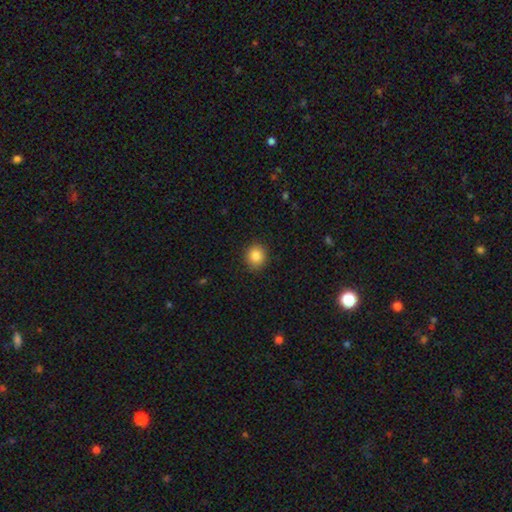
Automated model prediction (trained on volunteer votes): smooth_or_featured: smooth (p=0.86) [alt: star or artifact p=0.10]
how_rounded: round (p=0.82) [alt: in between p=0.17]
merging: none (p=0.90) [alt: minor disturbance p=0.07]